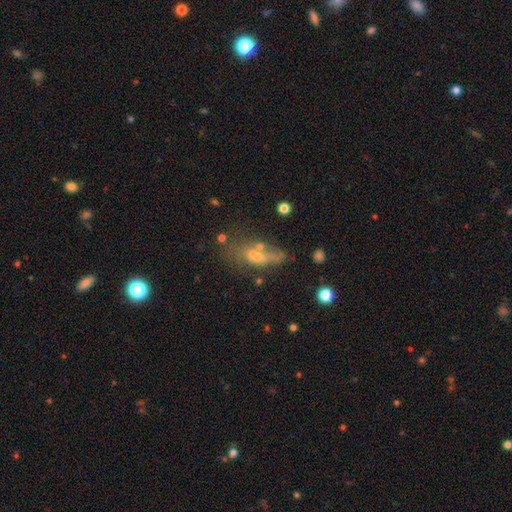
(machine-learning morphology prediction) smooth-or-featured: smooth: 49% | featured or disk: 33% | star or artifact: 18%
  merging: none: 38% | major disturbance: 24% | minor disturbance: 21% | merger: 18%